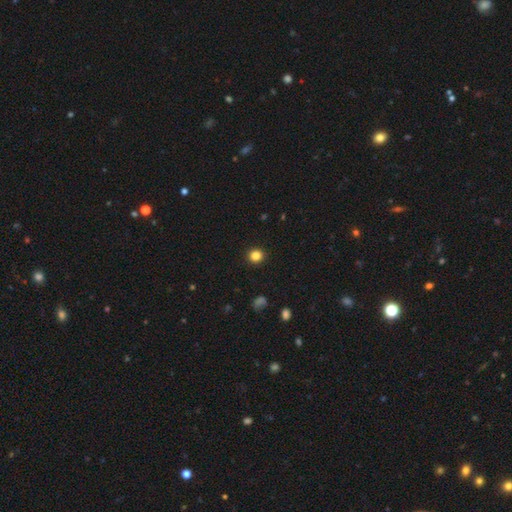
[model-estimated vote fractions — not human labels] Overall: smooth (84%). How rounded: round (89%). Merging: none (93%).